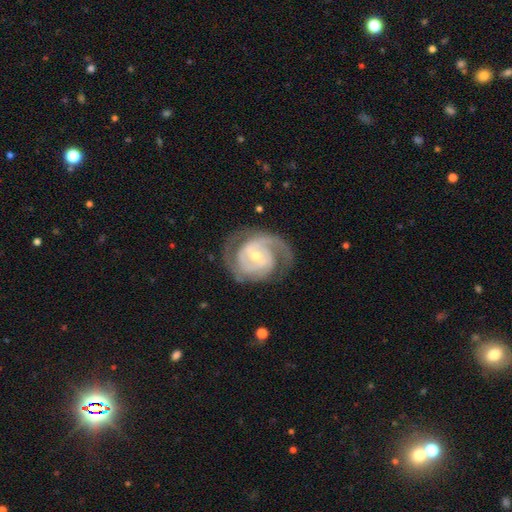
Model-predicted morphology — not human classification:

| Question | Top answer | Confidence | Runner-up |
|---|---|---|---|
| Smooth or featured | featured or disk | 89% | smooth (6%) |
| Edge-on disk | no | 97% | yes (3%) |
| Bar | no | 45% | weak (40%) |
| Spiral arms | yes | 97% | no (3%) |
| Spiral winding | tight | 57% | medium (35%) |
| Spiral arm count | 2 | 67% | 3 (13%) |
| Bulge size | moderate | 49% | small (47%) |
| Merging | none | 73% | minor disturbance (16%) |